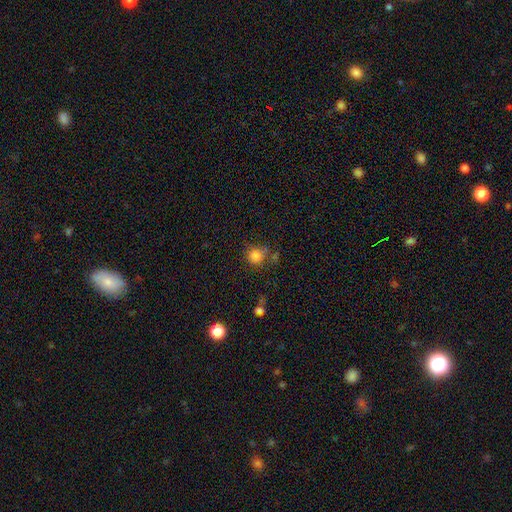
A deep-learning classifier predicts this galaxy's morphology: smooth 81%, star or artifact 13%, featured or disk 6%. Down the decision tree: how rounded — round (84%); merging — none (61%).